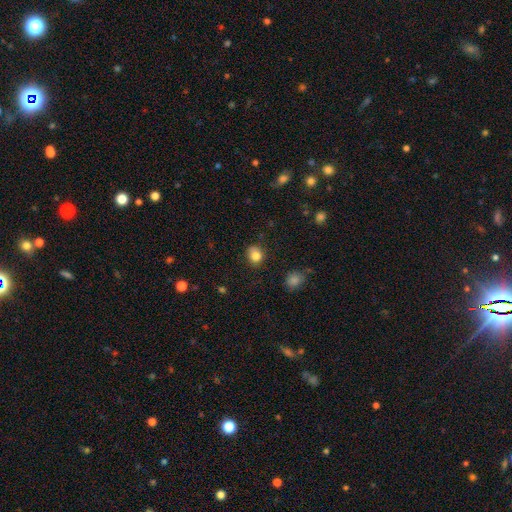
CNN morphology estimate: Smooth or featured: smooth — 83% (star or artifact — 11%)
How rounded: round — 69% (in between — 30%)
Merging: none — 71% (minor disturbance — 22%)